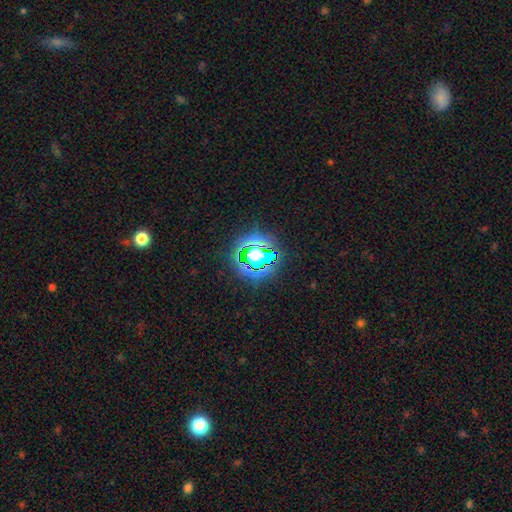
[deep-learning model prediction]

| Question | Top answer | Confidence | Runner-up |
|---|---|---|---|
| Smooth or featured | star or artifact | 62% | smooth (26%) |